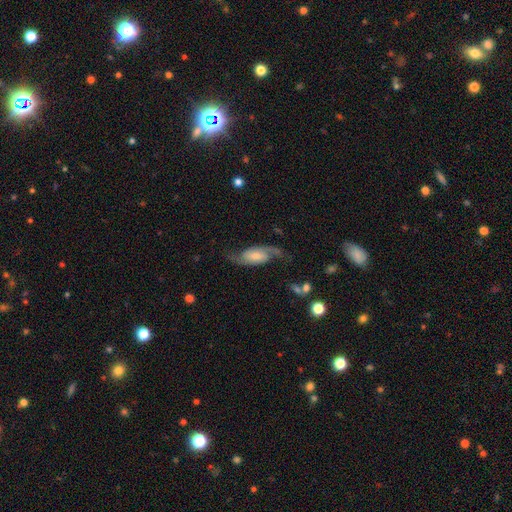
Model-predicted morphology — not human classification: Smooth or featured: featured or disk — 79% (smooth — 15%)
Edge-on disk: no — 94% (yes — 6%)
Bar: weak — 43% (no — 39%)
Spiral arms: yes — 96% (no — 4%)
Spiral winding: loose — 53% (medium — 36%)
Spiral arm count: 2 — 91% (can't tell — 3%)
Bulge size: small — 36% (tied with moderate — 36%)
Merging: none — 67% (minor disturbance — 18%)